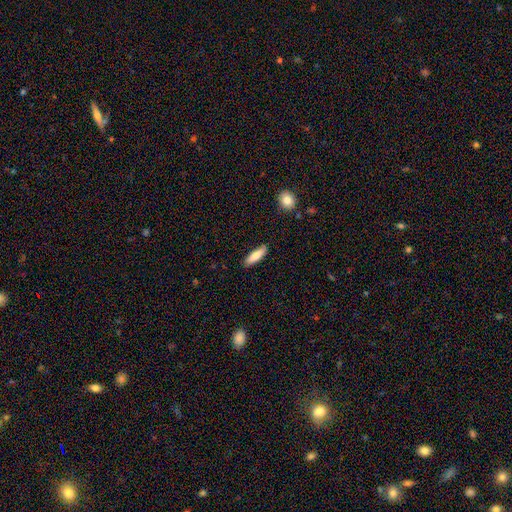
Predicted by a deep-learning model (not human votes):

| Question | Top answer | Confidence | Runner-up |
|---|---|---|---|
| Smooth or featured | smooth | 75% | featured or disk (19%) |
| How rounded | cigar-shaped | 61% | in between (37%) |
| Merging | none | 87% | minor disturbance (10%) |